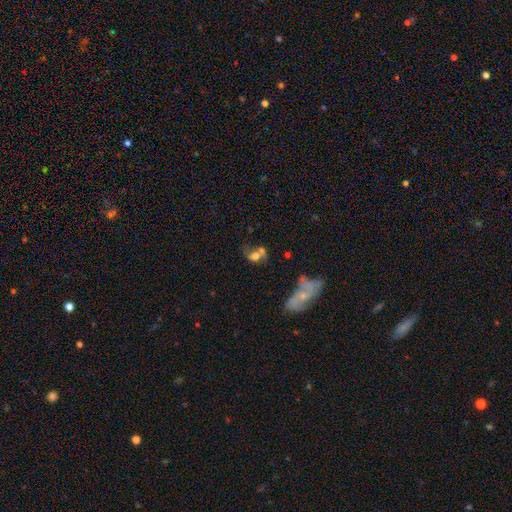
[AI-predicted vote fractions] smooth 53%, featured or disk 34%, star or artifact 13%. Down the decision tree: how rounded — in between (62%); merging — merger (44%).